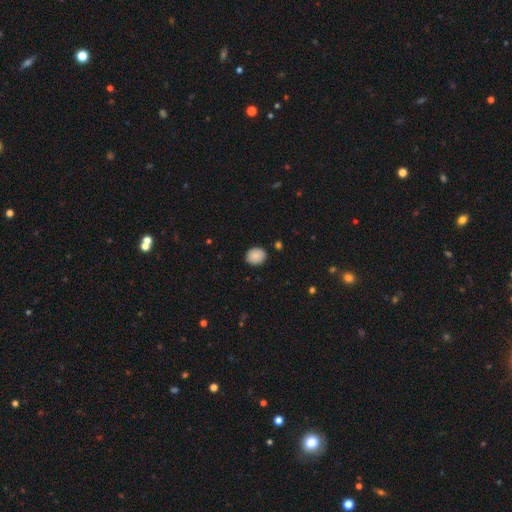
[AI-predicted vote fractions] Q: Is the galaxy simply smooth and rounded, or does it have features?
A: smooth — 88%.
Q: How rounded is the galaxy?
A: round — 66%.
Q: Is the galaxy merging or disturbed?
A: none — 87%.